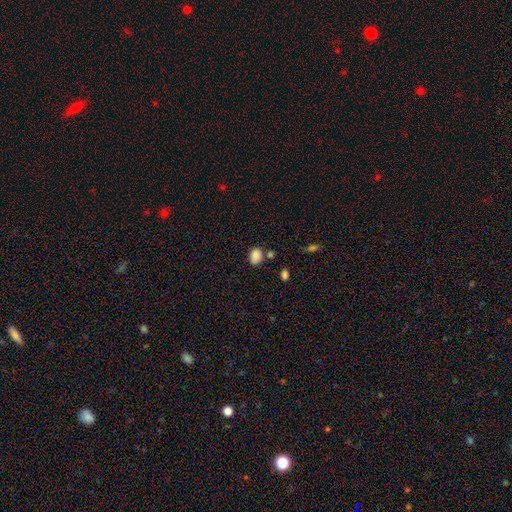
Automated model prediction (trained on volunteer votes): Smooth or featured? Predicted: smooth (p=0.85). How rounded? Predicted: in between (p=0.69). Merging? Predicted: none (p=0.65).